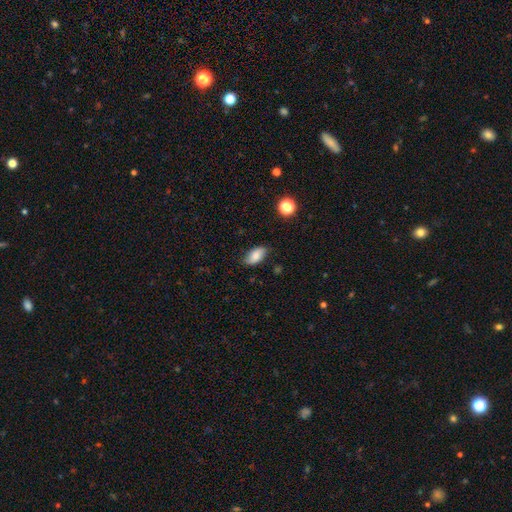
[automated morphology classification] smooth-or-featured: smooth: 76% | featured or disk: 16% | star or artifact: 8%
  how-rounded: in between: 93% | round: 4% | cigar-shaped: 3%
  merging: none: 77% | minor disturbance: 18% | major disturbance: 3% | merger: 1%